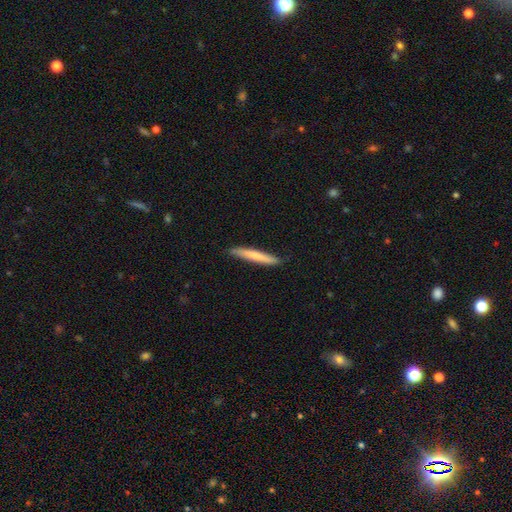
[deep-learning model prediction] smooth 69%, featured or disk 26%, star or artifact 5%. Down the decision tree: how rounded — cigar-shaped (95%); merging — none (87%).